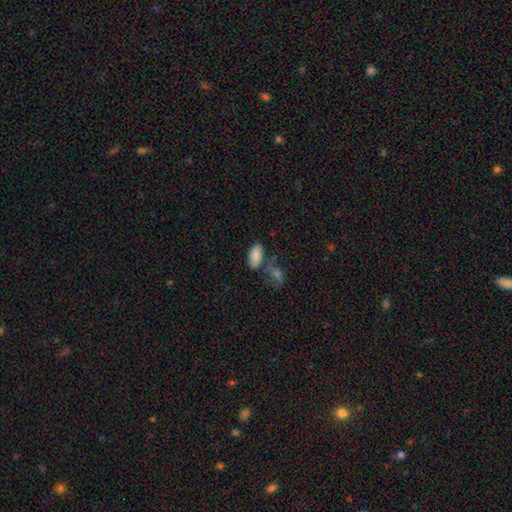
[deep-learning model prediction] Smooth or featured?
  - smooth: 81% *
  - featured or disk: 11%
  - star or artifact: 8%
How rounded?
  - in between: 93% *
  - cigar-shaped: 4%
  - round: 3%
Merging?
  - none: 52% *
  - minor disturbance: 21%
  - merger: 19%
  - major disturbance: 8%